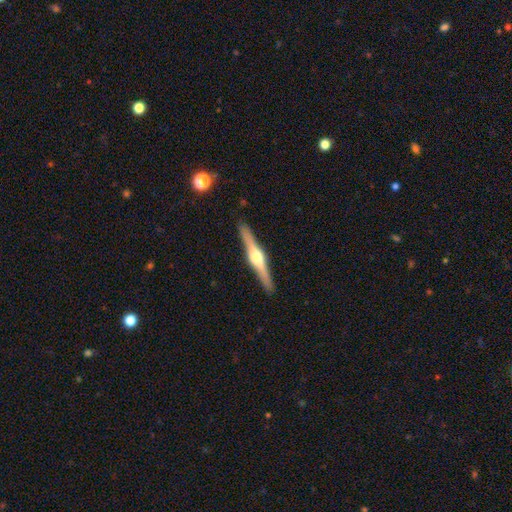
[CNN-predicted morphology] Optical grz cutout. It shows a featured or disk galaxy (79%) viewed edge-on (98%) with a rounded central bulge (92%). Merging: none (91%).